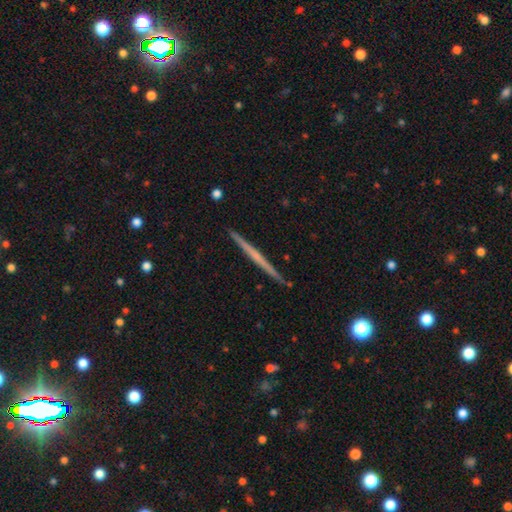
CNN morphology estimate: smooth_or_featured: featured or disk (p=0.63) [alt: smooth p=0.31]
disk_edge_on: yes (p=0.98) [alt: no p=0.02]
edge_on_bulge: none (p=0.82) [alt: rounded p=0.13]
merging: none (p=0.93) [alt: minor disturbance p=0.05]